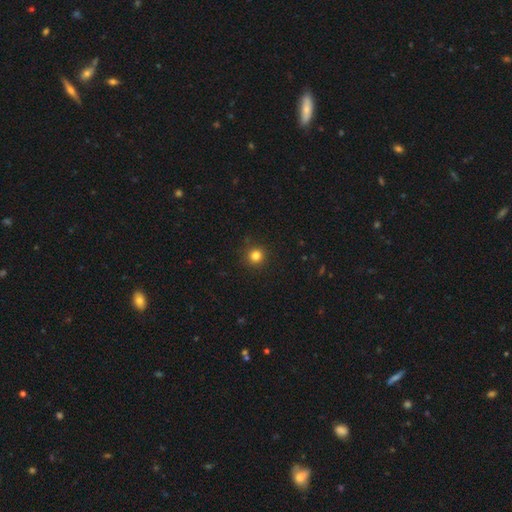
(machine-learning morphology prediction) The model was most divided on "smooth or featured": smooth: 82%, star or artifact: 13%, featured or disk: 4%. More confident: how rounded — round (94%); merging — none (91%).